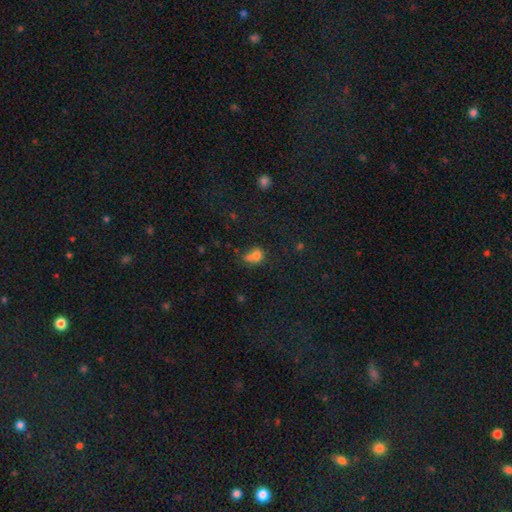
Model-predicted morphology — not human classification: smooth_or_featured: smooth (p=0.72) [alt: star or artifact p=0.16]
how_rounded: round (p=0.54) [alt: in between p=0.44]
merging: merger (p=0.49) [alt: none p=0.29]